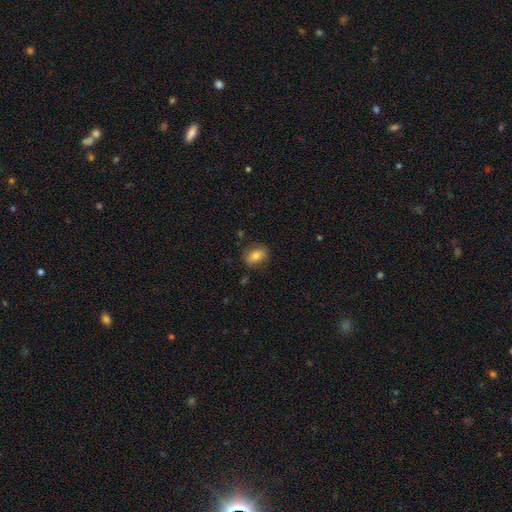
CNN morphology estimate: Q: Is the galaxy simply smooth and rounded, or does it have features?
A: smooth — 75%.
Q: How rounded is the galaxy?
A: in between — 79%.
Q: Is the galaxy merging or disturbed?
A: none — 77%.